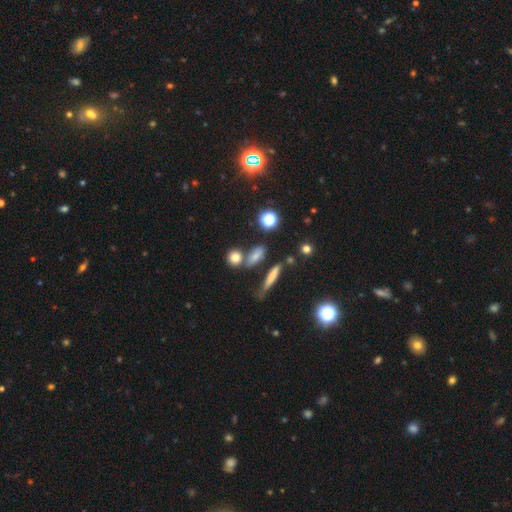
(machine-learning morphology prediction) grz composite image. It shows a smooth galaxy with no disk features (68%) that is in between round and cigar-shaped (42%). Merging: none (65%).